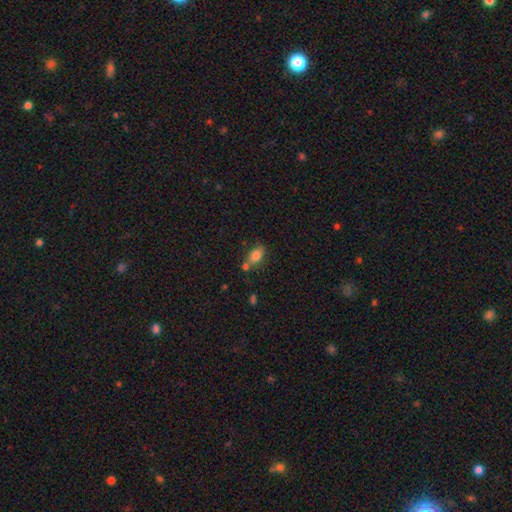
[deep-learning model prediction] smooth 80%, featured or disk 10%, star or artifact 9%. Down the decision tree: how rounded — in between (85%); merging — none (57%).